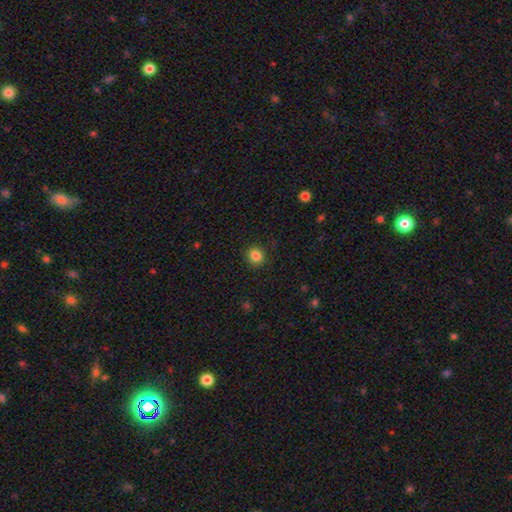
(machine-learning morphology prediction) This is clearly a smooth galaxy (85%). How rounded: clearly round (83%). Merging: clearly none (90%).